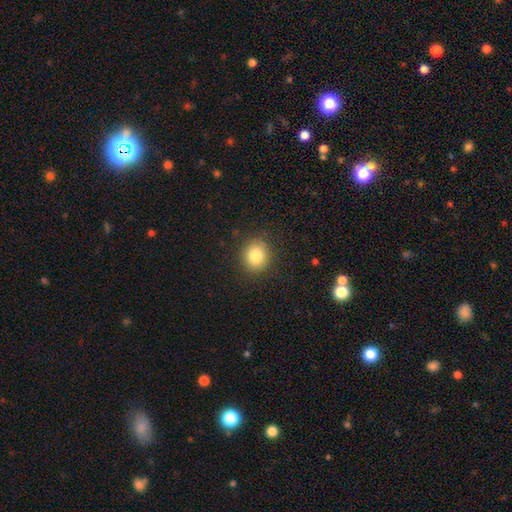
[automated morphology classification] type=smooth (82%); roundness=round (79%); merging=none (88%).